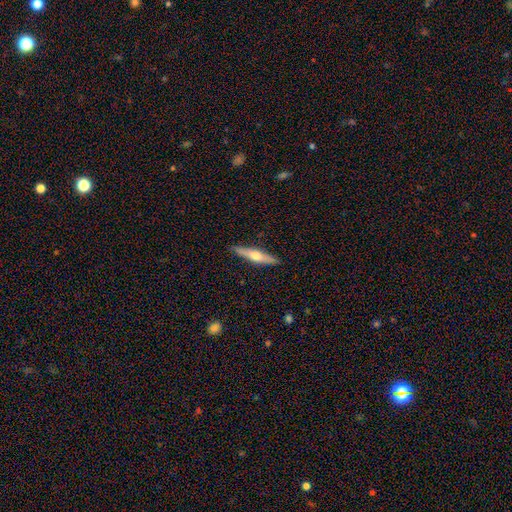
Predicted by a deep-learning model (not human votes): Smooth or featured? featured or disk (56%)
Edge-on disk? yes (94%)
Edge-on bulge? rounded (92%)
Merging? none (90%)